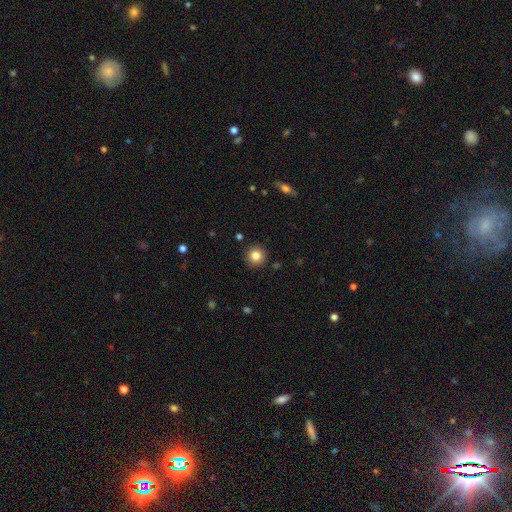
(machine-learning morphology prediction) Overall: smooth (83%). How rounded: round (95%). Merging: none (92%).